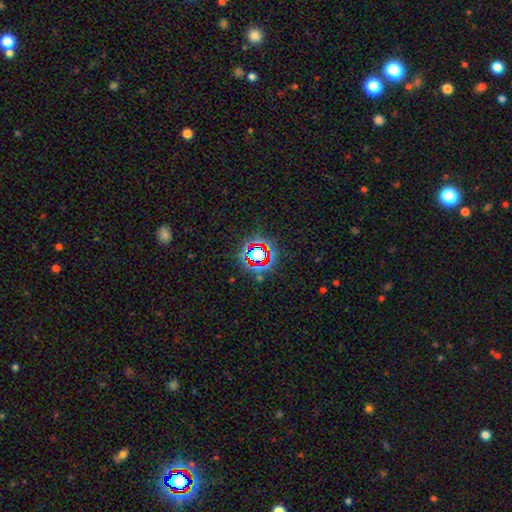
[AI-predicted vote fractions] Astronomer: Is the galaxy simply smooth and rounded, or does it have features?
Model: star or artifact — 68%.